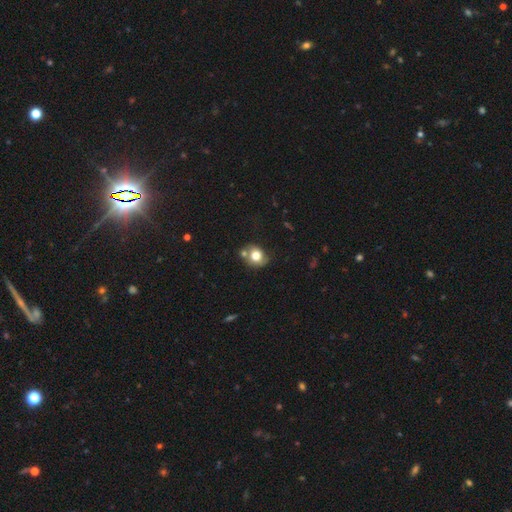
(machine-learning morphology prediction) A smooth galaxy with no disk features (74%) that is round (68%). Merging: none (57%).